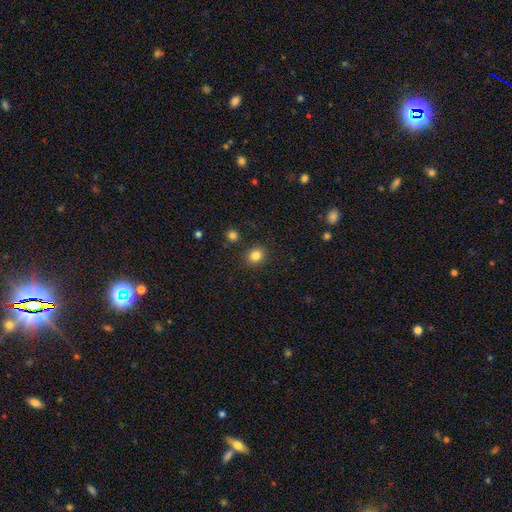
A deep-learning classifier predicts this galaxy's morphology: smooth_or_featured: smooth (p=0.83) [alt: star or artifact p=0.12]
how_rounded: round (p=0.75) [alt: in between p=0.24]
merging: none (p=0.87) [alt: minor disturbance p=0.08]